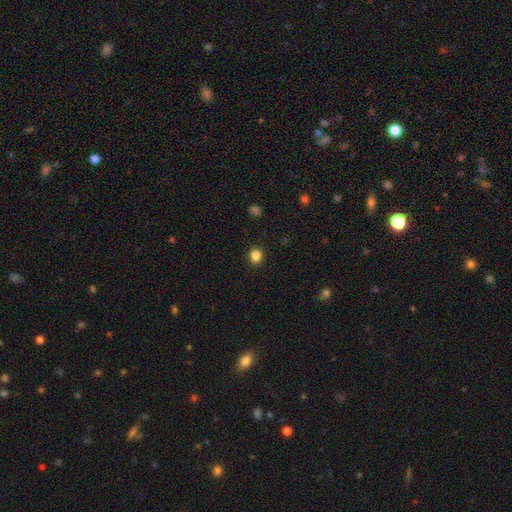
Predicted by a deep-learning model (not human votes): Smooth or featured? smooth (85%)
How rounded? round (78%)
Merging? none (92%)